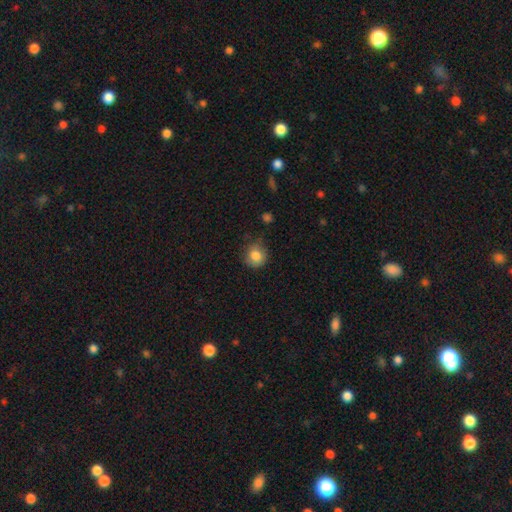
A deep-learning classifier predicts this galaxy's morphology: This is clearly a smooth galaxy (82%). How rounded: clearly round (85%). Merging: likely none (67%).